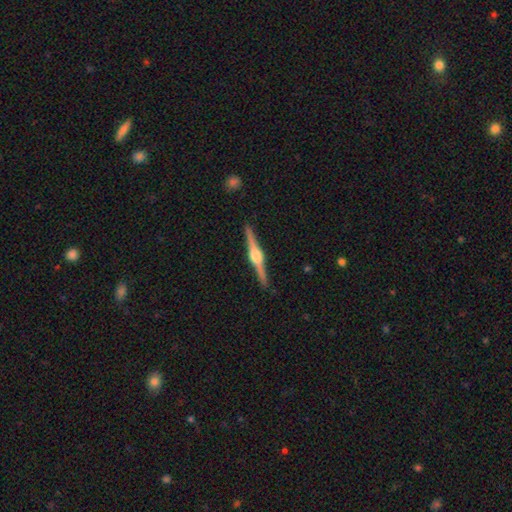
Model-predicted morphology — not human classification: The model was most divided on "smooth or featured": featured or disk: 87%, smooth: 8%, star or artifact: 5%. More confident: edge-on disk — yes (99%); merging — none (92%); edge-on bulge — rounded (92%).